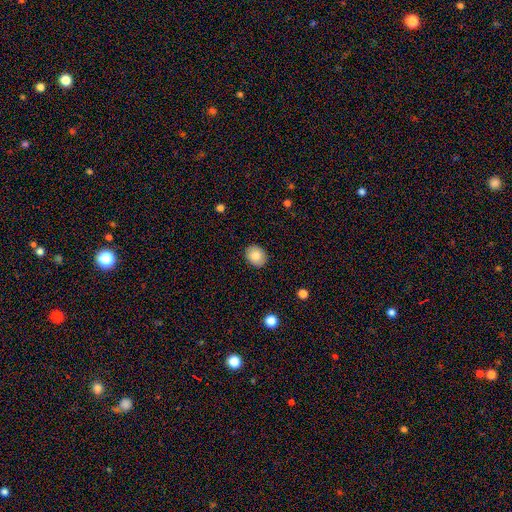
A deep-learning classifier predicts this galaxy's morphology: A smooth galaxy with no disk features (85%) that is round (50%). Merging: none (90%).